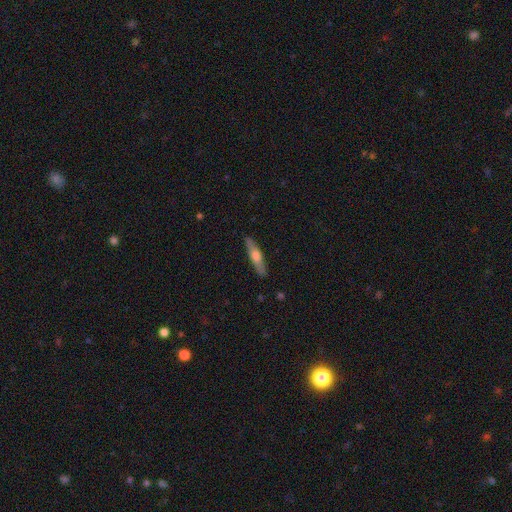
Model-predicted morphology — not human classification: smooth-or-featured: smooth: 53% | featured or disk: 42% | star or artifact: 5%
  how-rounded: cigar-shaped: 82% | in between: 16% | round: 2%
  merging: none: 88% | minor disturbance: 9% | major disturbance: 2% | merger: 1%